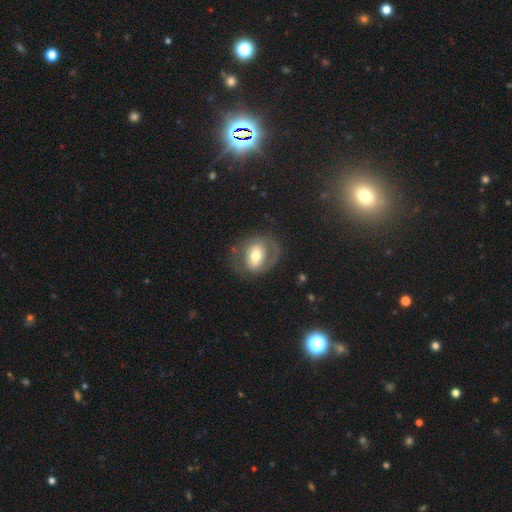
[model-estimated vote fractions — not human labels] A featured or disk galaxy (54%) with no bar (36%), spiral arms (52%) and a moderate central bulge (66%).

Vote fractions:
- Smooth or featured? featured or disk: 54% / smooth: 39% / star or artifact: 7%
- Edge-on disk? no: 94% / yes: 6%
- Bar? no: 36% / weak: 35% / strong: 29%
- Spiral arms? yes: 52% / no: 48%
- Bulge size? moderate: 66% / large: 17% / small: 14% / dominant: 2% / none: 1%
- Merging? none: 64% / minor disturbance: 18% / major disturbance: 16% / merger: 2%